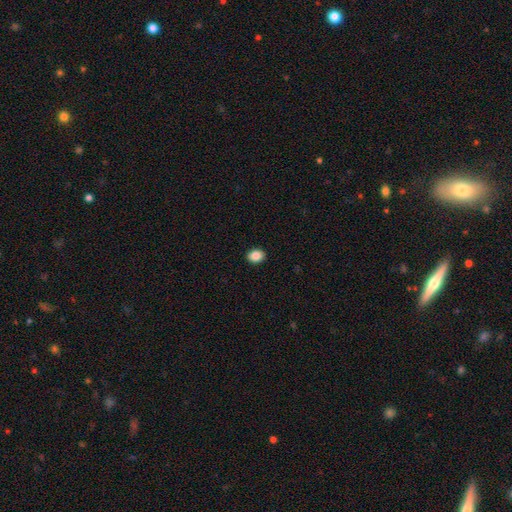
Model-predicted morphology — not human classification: Smooth or featured? Predicted: smooth (p=0.87). How rounded? Predicted: in between (p=0.55). Merging? Predicted: none (p=0.92).